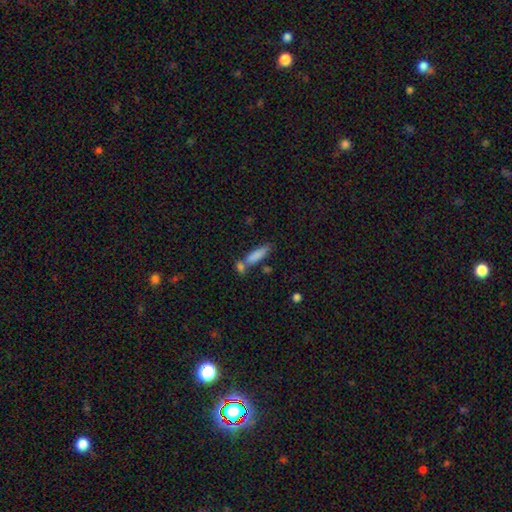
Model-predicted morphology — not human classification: A smooth galaxy with no disk features (81%) that is cigar-shaped (63%).

Vote fractions:
- Smooth or featured? smooth: 81% / featured or disk: 11% / star or artifact: 8%
- How rounded? cigar-shaped: 63% / in between: 35% / round: 2%
- Merging? none: 49% / merger: 32% / minor disturbance: 14% / major disturbance: 5%